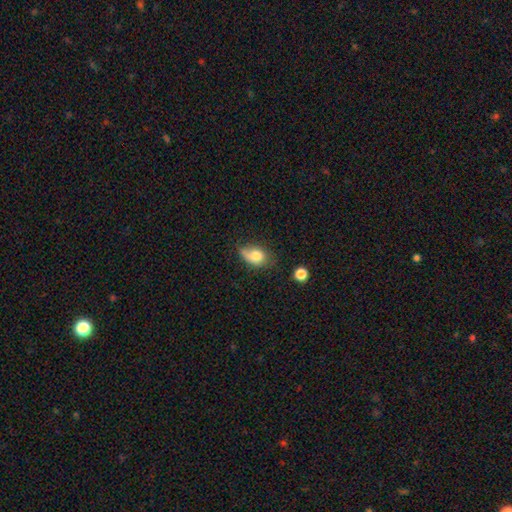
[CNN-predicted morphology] Smooth or featured? smooth (74%)
How rounded? in between (75%)
Merging? none (42%)